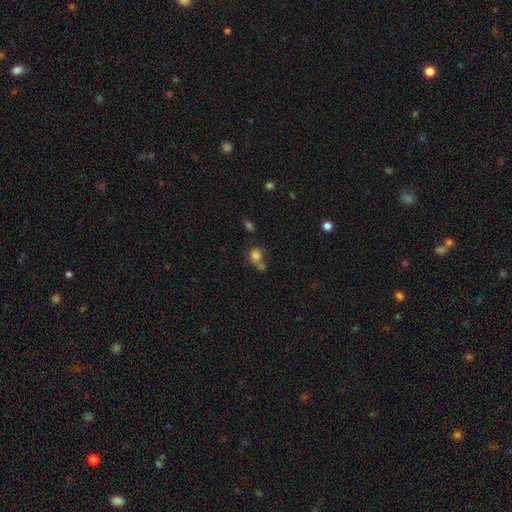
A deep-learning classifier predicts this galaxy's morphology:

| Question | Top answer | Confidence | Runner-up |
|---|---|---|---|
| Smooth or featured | smooth | 77% | star or artifact (13%) |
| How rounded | round | 54% | in between (44%) |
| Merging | none | 37% | merger (36%) |